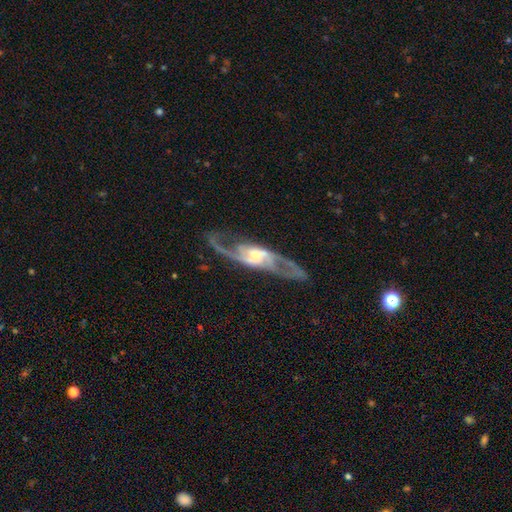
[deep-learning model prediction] smooth_or_featured: featured or disk (p=0.89) [alt: smooth p=0.07]
disk_edge_on: no (p=0.87) [alt: yes p=0.13]
bar: no (p=0.43) [alt: weak p=0.39]
has_spiral_arms: yes (p=0.96) [alt: no p=0.04]
spiral_winding: medium (p=0.47) [alt: loose p=0.38]
spiral_arm_count: 2 (p=0.87) [alt: can't tell p=0.05]
bulge_size: moderate (p=0.51) [alt: small p=0.34]
merging: none (p=0.72) [alt: minor disturbance p=0.15]